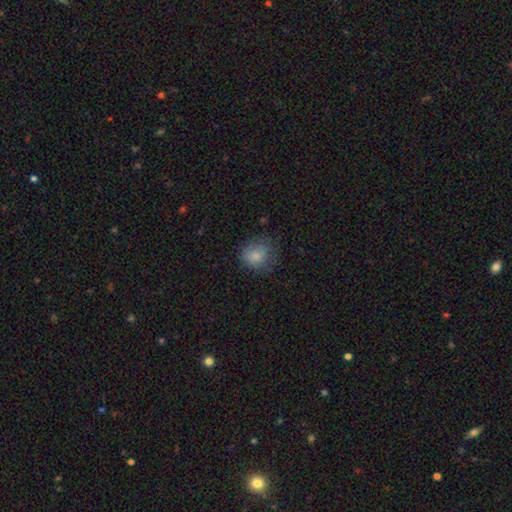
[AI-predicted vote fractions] Morphology: type=smooth (82%); roundness=round (78%); merging=none (68%).